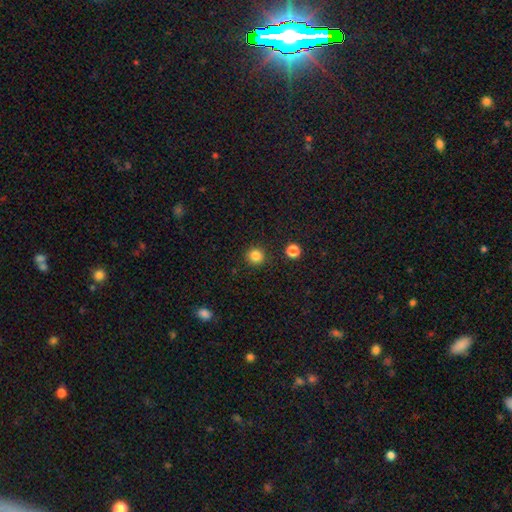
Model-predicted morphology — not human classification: This appears to be a smooth galaxy with no disk features (84%) that is round (94%). Merging: none (91%).